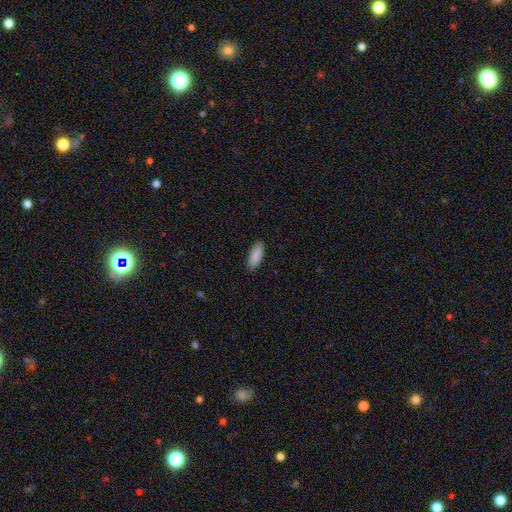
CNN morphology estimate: Smooth or featured? Predicted: smooth (p=0.90). How rounded? Predicted: in between (p=0.72). Merging? Predicted: none (p=0.89).